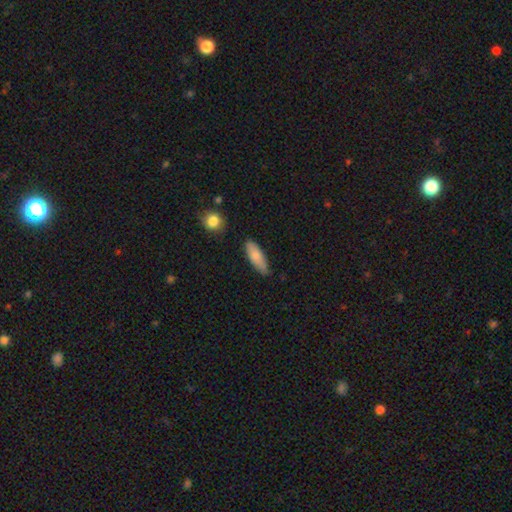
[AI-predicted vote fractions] Smooth or featured: smooth — 79% (featured or disk — 15%)
How rounded: in between — 65% (cigar-shaped — 33%)
Merging: none — 69% (minor disturbance — 25%)